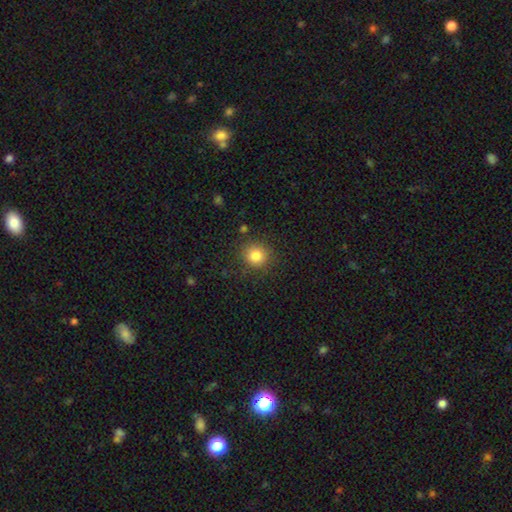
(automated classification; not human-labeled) Overall: smooth (83%). How rounded: round (89%). Merging: none (86%).